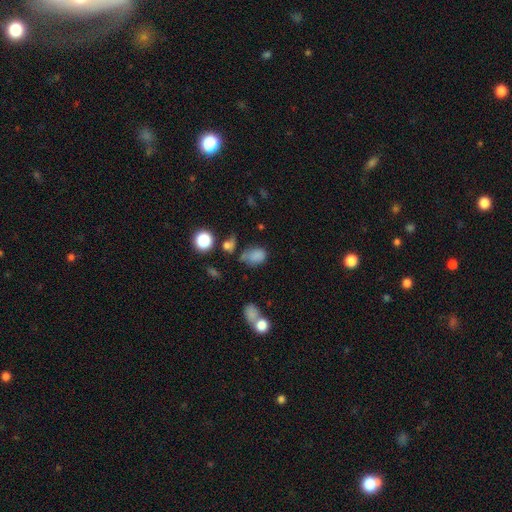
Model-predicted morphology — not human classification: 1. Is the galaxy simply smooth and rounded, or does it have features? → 76% smooth, 15% star or artifact, 10% featured or disk.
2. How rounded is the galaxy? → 76% in between, 22% round, 2% cigar-shaped.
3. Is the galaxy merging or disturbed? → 39% none, 31% minor disturbance, 19% major disturbance, 11% merger.